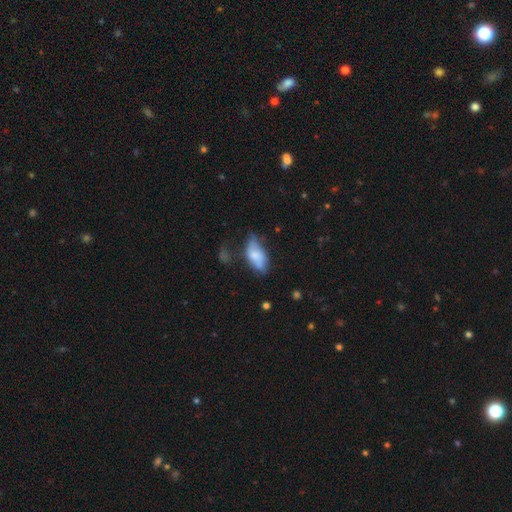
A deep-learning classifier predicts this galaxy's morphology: Smooth or featured: smooth — 66% (featured or disk — 26%)
How rounded: in between — 89% (cigar-shaped — 8%)
Merging: none — 42% (minor disturbance — 35%)